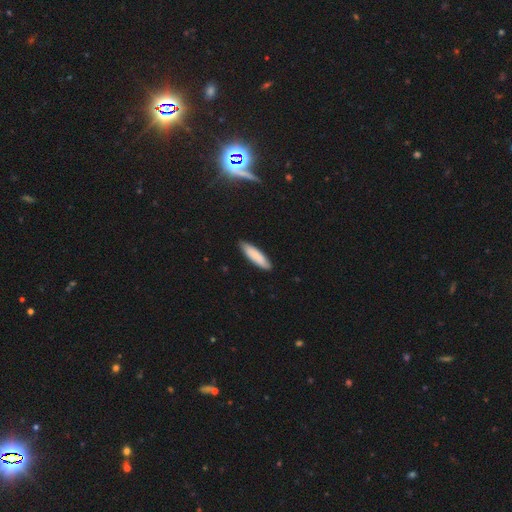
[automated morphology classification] smooth-or-featured: smooth: 82% | featured or disk: 13% | star or artifact: 5%
  how-rounded: cigar-shaped: 66% | in between: 33% | round: 1%
  merging: none: 87% | minor disturbance: 11% | major disturbance: 2% | merger: 1%